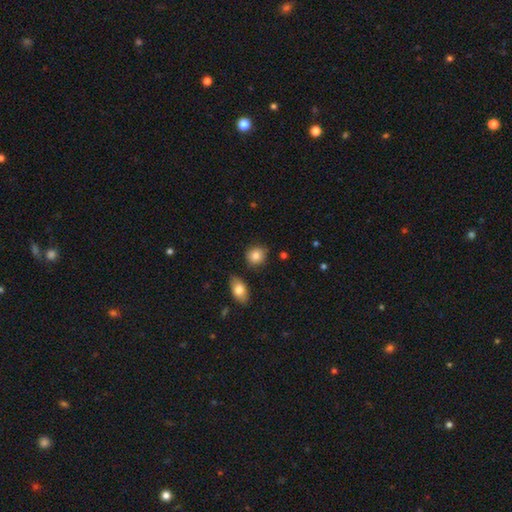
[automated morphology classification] smooth_or_featured: smooth (p=0.85) [alt: star or artifact p=0.08]
how_rounded: round (p=0.81) [alt: in between p=0.17]
merging: none (p=0.81) [alt: minor disturbance p=0.12]